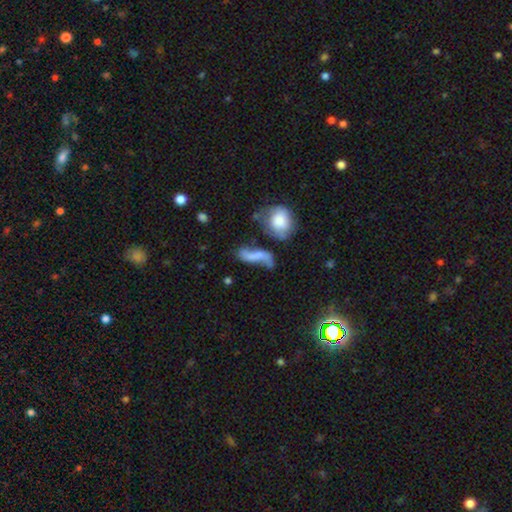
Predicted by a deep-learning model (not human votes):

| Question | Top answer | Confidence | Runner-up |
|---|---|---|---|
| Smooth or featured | featured or disk | 53% | smooth (36%) |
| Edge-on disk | no | 90% | yes (10%) |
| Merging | none | 37% | merger (21%) |